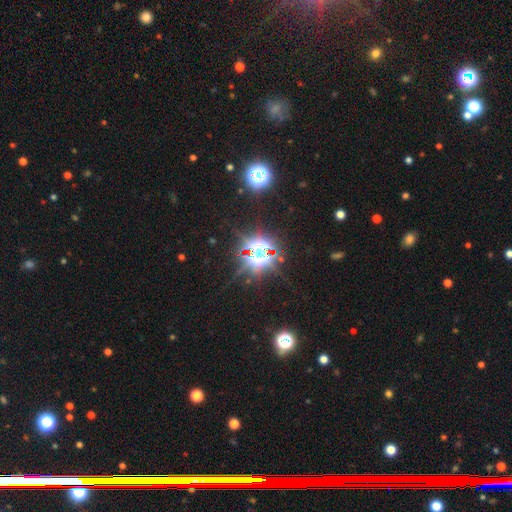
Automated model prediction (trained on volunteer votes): A star or artifact, not a galaxy (79%).